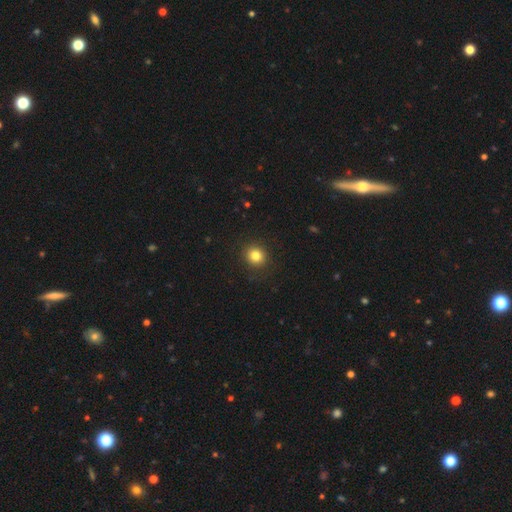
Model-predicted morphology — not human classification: type=smooth (82%); roundness=round (86%); merging=none (90%).